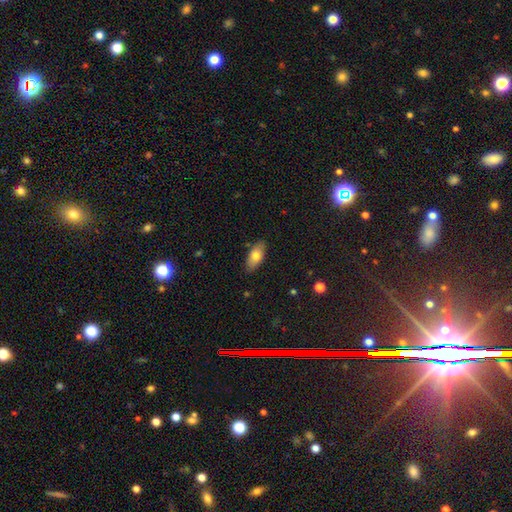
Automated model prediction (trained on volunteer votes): A smooth galaxy with no disk features (75%) that is in between round and cigar-shaped (88%).

Vote fractions:
- Smooth or featured? smooth: 75% / featured or disk: 18% / star or artifact: 7%
- How rounded? in between: 88% / cigar-shaped: 10% / round: 3%
- Merging? none: 86% / minor disturbance: 11% / major disturbance: 2% / merger: 1%